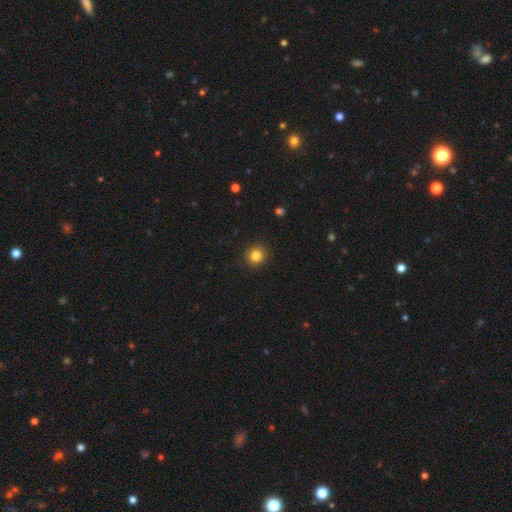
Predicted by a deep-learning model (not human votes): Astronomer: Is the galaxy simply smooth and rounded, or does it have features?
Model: smooth — 84%.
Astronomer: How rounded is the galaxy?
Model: round — 90%.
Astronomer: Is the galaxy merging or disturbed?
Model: none — 92%.